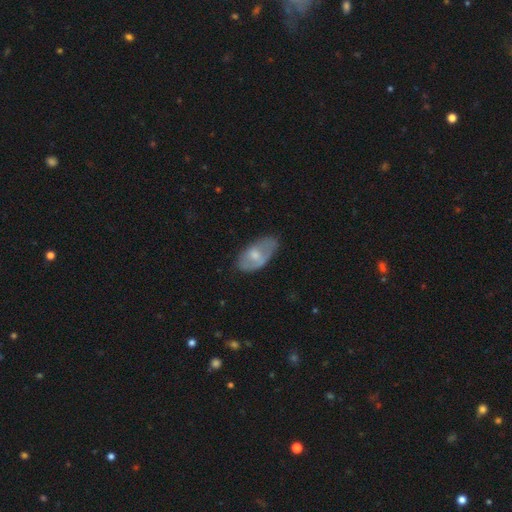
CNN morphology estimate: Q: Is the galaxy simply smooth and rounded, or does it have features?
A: smooth — 55%.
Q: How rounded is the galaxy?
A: in between — 92%.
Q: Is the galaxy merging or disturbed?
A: none — 55%.